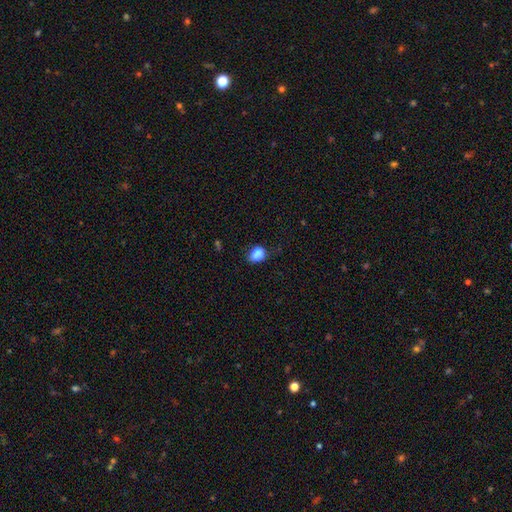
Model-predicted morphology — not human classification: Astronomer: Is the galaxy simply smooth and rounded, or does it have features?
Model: smooth — 85%.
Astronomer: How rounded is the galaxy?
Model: in between — 67%.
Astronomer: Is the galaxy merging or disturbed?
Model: none — 58%.